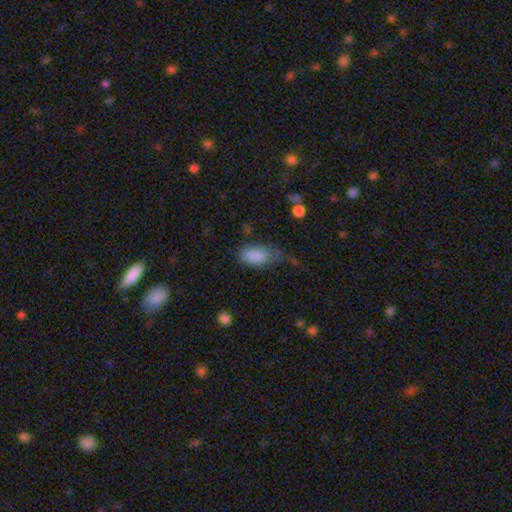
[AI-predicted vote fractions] This appears to be a smooth galaxy with no disk features (85%) that is in between round and cigar-shaped (92%). Merging: none (41%).